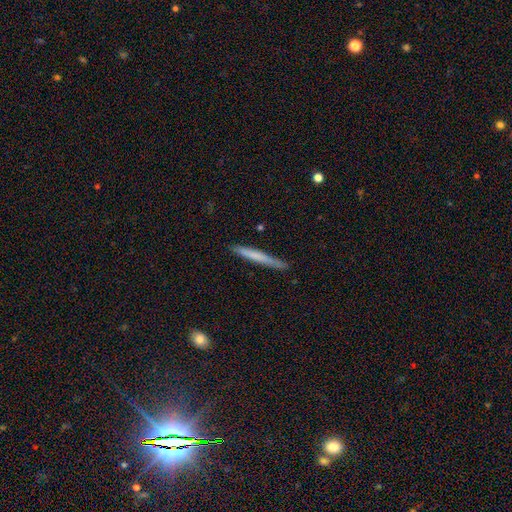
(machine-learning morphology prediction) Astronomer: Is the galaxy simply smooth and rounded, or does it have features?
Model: smooth — 64%.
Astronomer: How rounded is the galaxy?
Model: cigar-shaped — 97%.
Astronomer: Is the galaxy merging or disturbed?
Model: none — 87%.